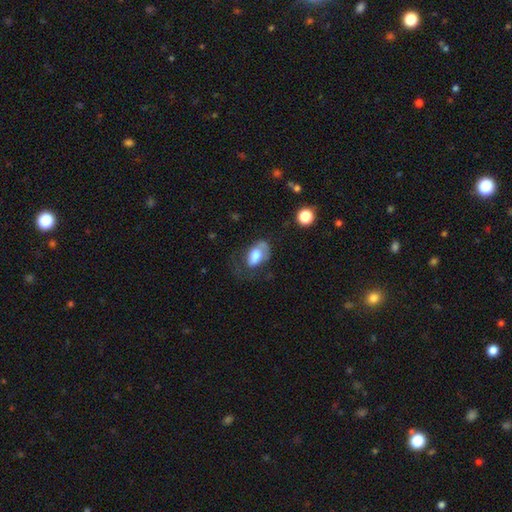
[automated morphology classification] smooth_or_featured: smooth (p=0.68) [alt: featured or disk p=0.24]
how_rounded: in between (p=0.89) [alt: round p=0.09]
merging: major disturbance (p=0.36) [alt: none p=0.32]